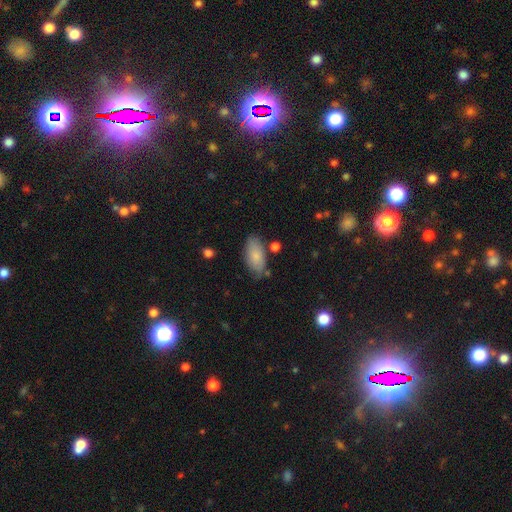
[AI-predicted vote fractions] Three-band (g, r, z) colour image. It shows a smooth galaxy with no disk features (82%) that is in between round and cigar-shaped (91%). Merging: none (72%).